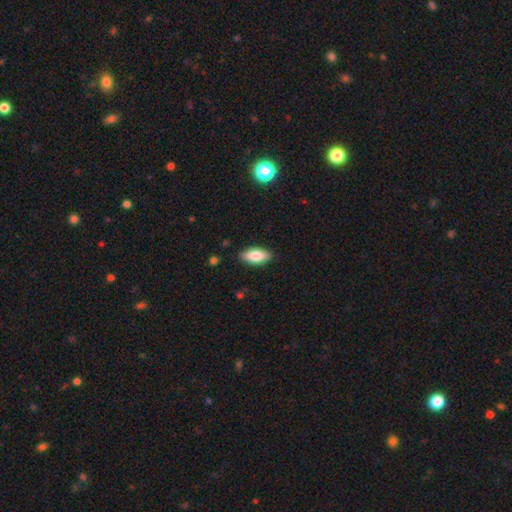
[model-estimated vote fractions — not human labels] Smooth or featured?
  - smooth: 80% *
  - featured or disk: 13%
  - star or artifact: 7%
How rounded?
  - in between: 86% *
  - cigar-shaped: 11%
  - round: 3%
Merging?
  - none: 86% *
  - minor disturbance: 10%
  - major disturbance: 2%
  - merger: 1%